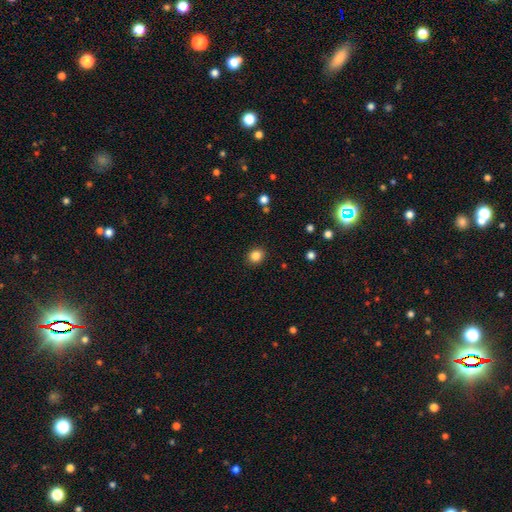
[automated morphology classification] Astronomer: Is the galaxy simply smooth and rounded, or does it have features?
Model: smooth — 85%.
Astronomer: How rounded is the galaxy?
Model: round — 76%.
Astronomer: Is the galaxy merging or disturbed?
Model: none — 91%.